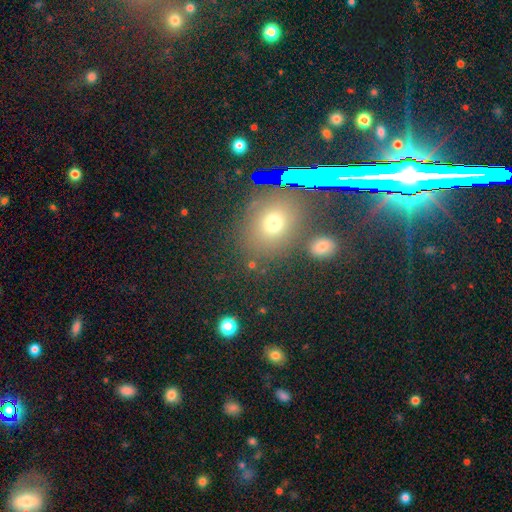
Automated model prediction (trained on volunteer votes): Smooth or featured? star or artifact (46%)